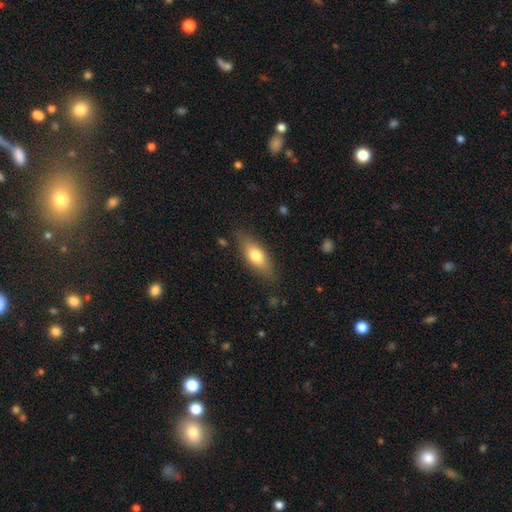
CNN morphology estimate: smooth-or-featured: smooth: 68% | featured or disk: 26% | star or artifact: 6%
  how-rounded: in between: 66% | cigar-shaped: 31% | round: 4%
  merging: none: 81% | minor disturbance: 14% | major disturbance: 3% | merger: 2%